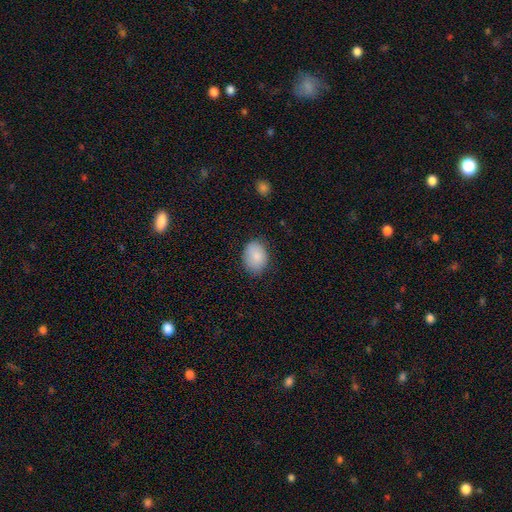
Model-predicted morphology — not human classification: smooth-or-featured: smooth: 87% | star or artifact: 7% | featured or disk: 6%
  how-rounded: in between: 74% | round: 25% | cigar-shaped: 1%
  merging: none: 79% | minor disturbance: 16% | major disturbance: 3% | merger: 1%